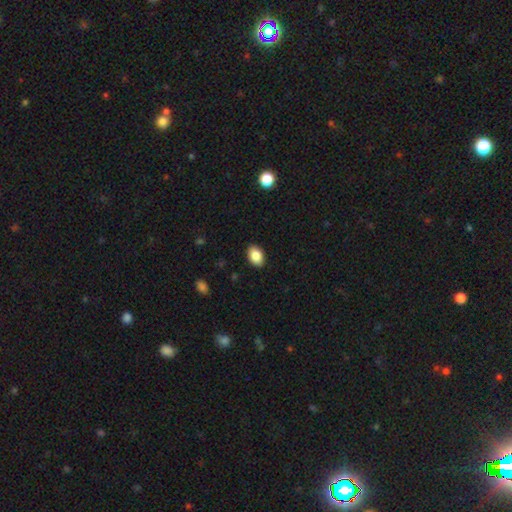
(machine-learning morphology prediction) A smooth galaxy with no disk features (87%) that is in between round and cigar-shaped (87%).

Vote fractions:
- Smooth or featured? smooth: 87% / star or artifact: 8% / featured or disk: 6%
- How rounded? in between: 87% / round: 12% / cigar-shaped: 1%
- Merging? none: 89% / minor disturbance: 8% / major disturbance: 2% / merger: 1%